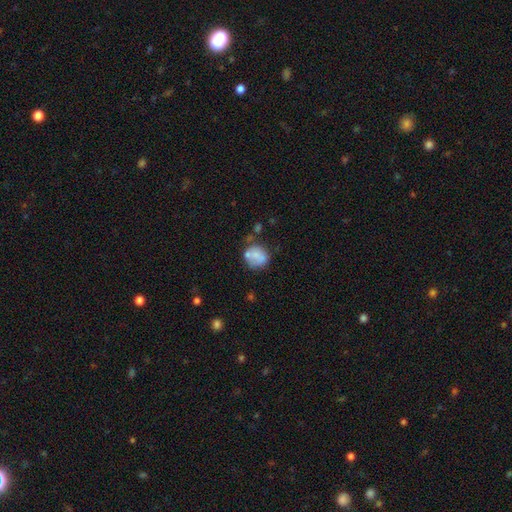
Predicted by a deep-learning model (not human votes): Smooth or featured?
  - smooth: 67% *
  - featured or disk: 24%
  - star or artifact: 10%
How rounded?
  - round: 72% *
  - in between: 27%
  - cigar-shaped: 1%
Merging?
  - none: 48% *
  - minor disturbance: 23%
  - merger: 18%
  - major disturbance: 11%